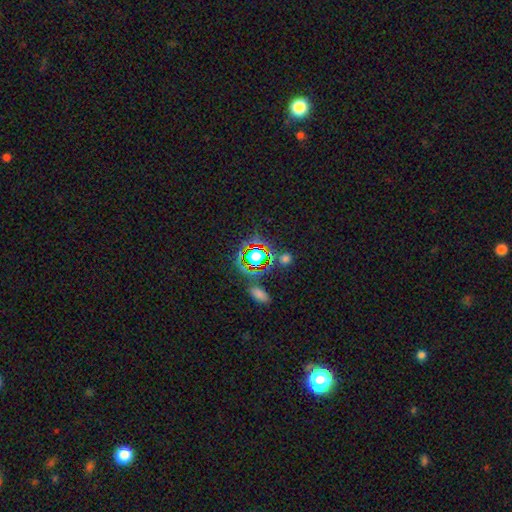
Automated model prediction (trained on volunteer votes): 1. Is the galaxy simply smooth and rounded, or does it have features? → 58% star or artifact, 28% smooth, 14% featured or disk.